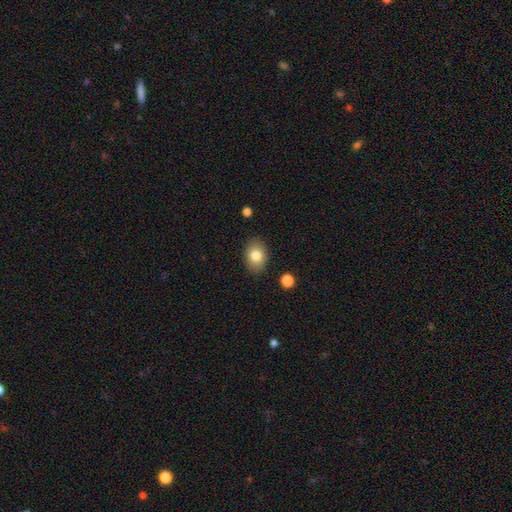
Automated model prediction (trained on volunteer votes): smooth 81%, featured or disk 11%, star or artifact 9%. Down the decision tree: how rounded — in between (71%); merging — none (86%).